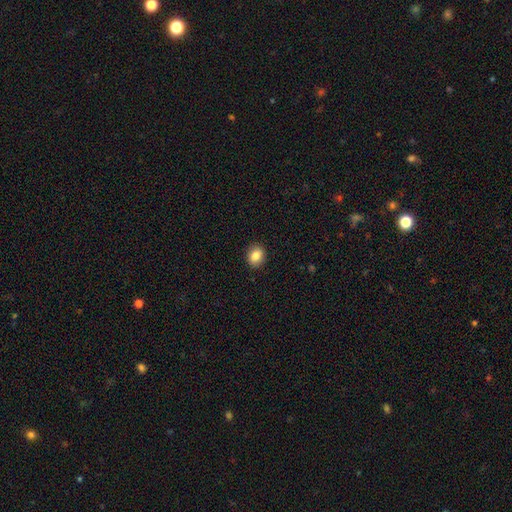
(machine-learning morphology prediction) smooth 85%, star or artifact 9%, featured or disk 7%. Down the decision tree: how rounded — round (56%); merging — none (91%).